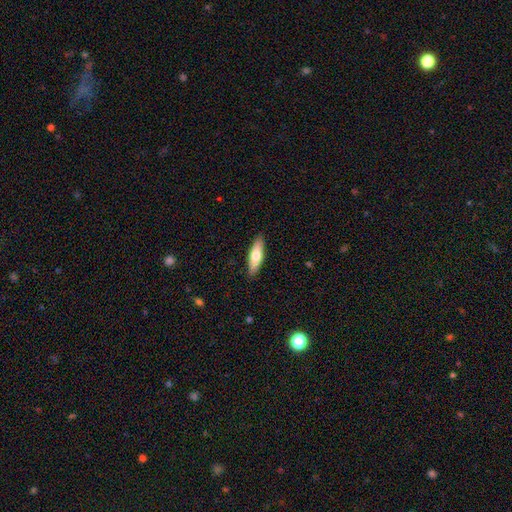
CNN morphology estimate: Smooth or featured?
  - smooth: 70% *
  - featured or disk: 24%
  - star or artifact: 6%
How rounded?
  - cigar-shaped: 56% *
  - in between: 42%
  - round: 2%
Merging?
  - none: 88% *
  - minor disturbance: 9%
  - major disturbance: 2%
  - merger: 1%